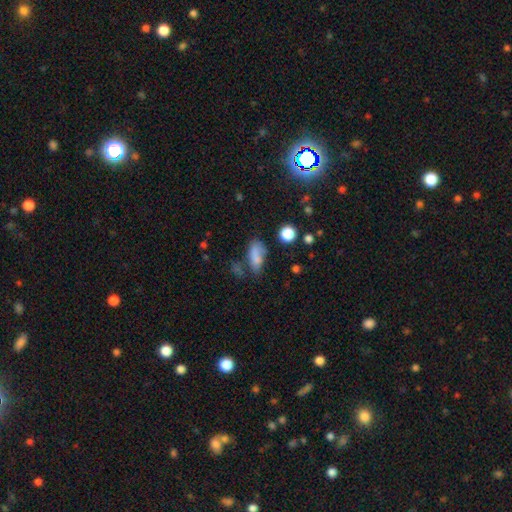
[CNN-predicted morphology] Q: Smooth or featured?
A: smooth (77%); runner-up: star or artifact (12%)
Q: How rounded?
A: in between (78%); runner-up: cigar-shaped (16%)
Q: Merging?
A: none (48%); runner-up: minor disturbance (27%)